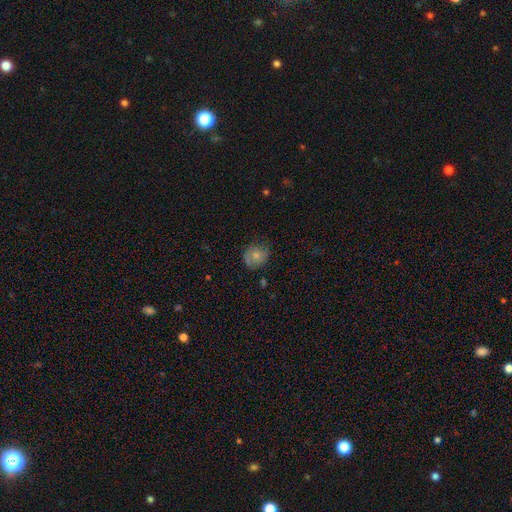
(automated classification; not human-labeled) Smooth or featured? smooth (70%)
How rounded? round (76%)
Merging? none (69%)